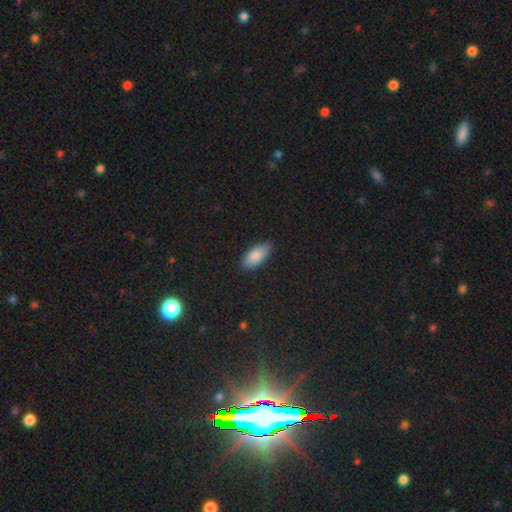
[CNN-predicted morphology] smooth 86%, featured or disk 7%, star or artifact 7%. Down the decision tree: how rounded — in between (89%); merging — none (85%).